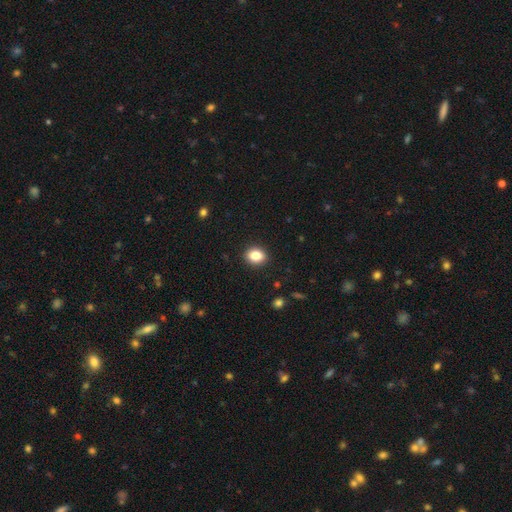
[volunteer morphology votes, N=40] A smooth galaxy with no disk features (85%) that is in between round and cigar-shaped (62%).

Vote fractions:
- Smooth or featured? smooth: 85% / featured or disk: 10% / star or artifact: 5%
- How rounded? in between: 62% / round: 35% / cigar-shaped: 3%
- Merging? none: 95% / minor disturbance: 5% / major disturbance: 0% / merger: 0%